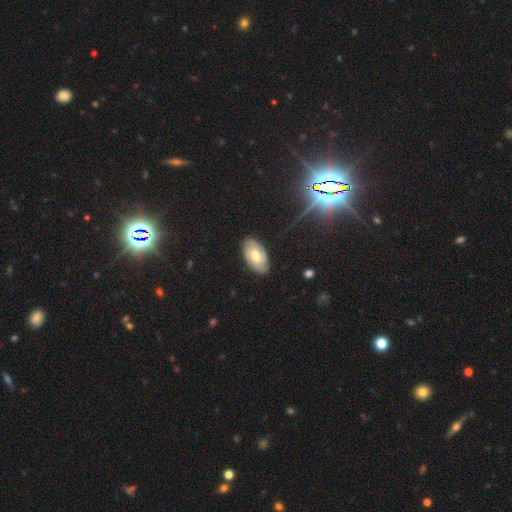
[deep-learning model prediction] A smooth galaxy with no disk features (55%) that is in between round and cigar-shaped (94%). Merging: none (82%).